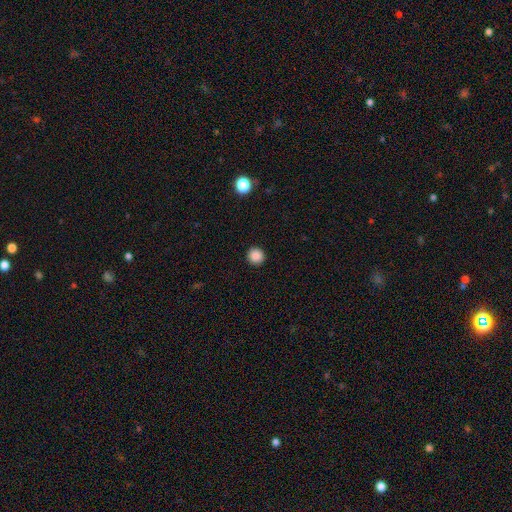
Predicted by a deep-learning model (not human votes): The model was most divided on "smooth or featured": smooth: 87%, star or artifact: 10%, featured or disk: 3%. More confident: how rounded — round (94%); merging — none (93%).